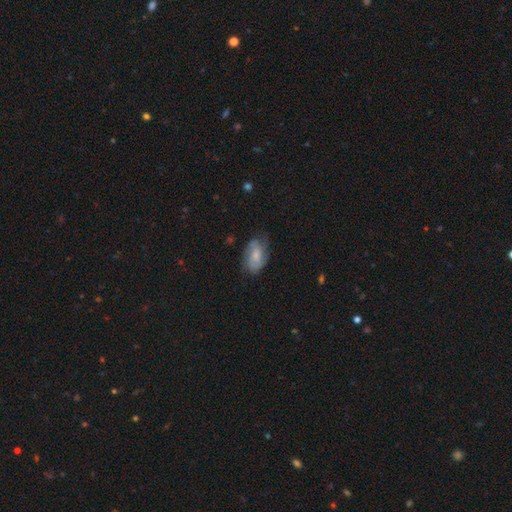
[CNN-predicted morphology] Smooth or featured? smooth (51%)
How rounded? in between (90%)
Merging? none (60%)